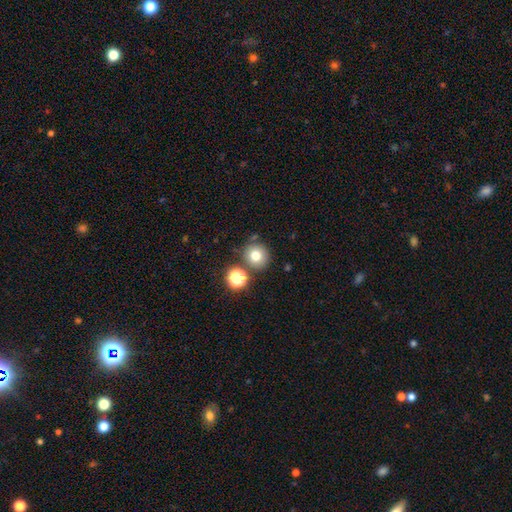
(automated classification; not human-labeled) smooth-or-featured: smooth: 75% | star or artifact: 15% | featured or disk: 10%
  how-rounded: round: 90% | in between: 9% | cigar-shaped: 1%
  merging: none: 76% | merger: 12% | minor disturbance: 9% | major disturbance: 3%